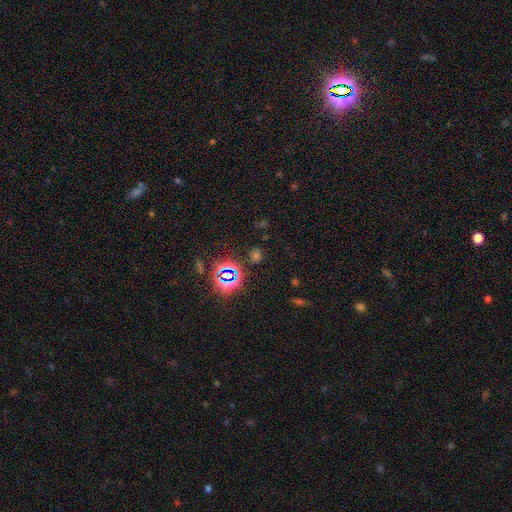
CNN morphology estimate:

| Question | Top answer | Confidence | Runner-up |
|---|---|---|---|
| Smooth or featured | star or artifact | 59% | smooth (34%) |